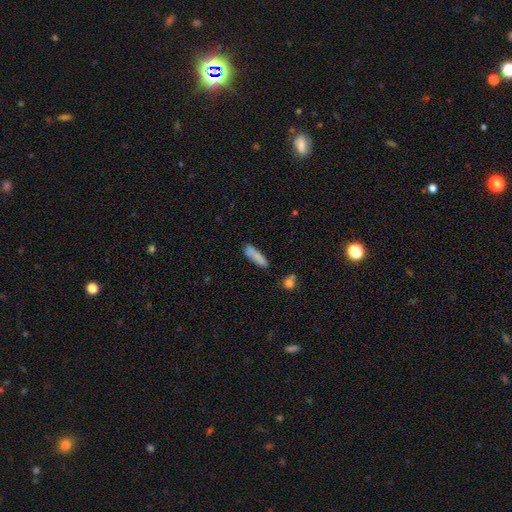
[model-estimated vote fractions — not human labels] smooth_or_featured: smooth (p=0.80) [alt: featured or disk p=0.13]
how_rounded: cigar-shaped (p=0.68) [alt: in between p=0.30]
merging: none (p=0.71) [alt: minor disturbance p=0.18]